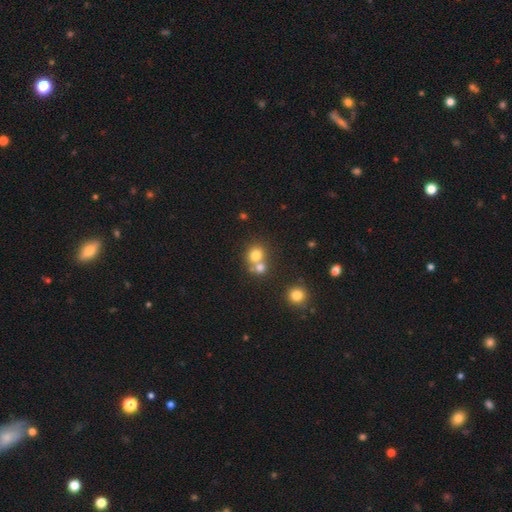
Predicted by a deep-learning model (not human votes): Morphology: type=smooth (75%); roundness=round (77%); merging=merger (49%).